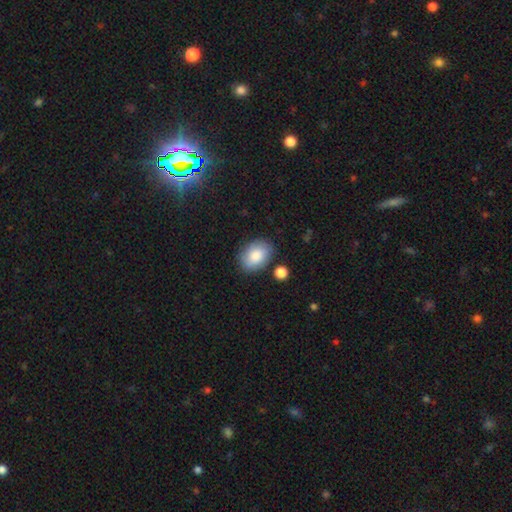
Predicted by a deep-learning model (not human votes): This appears to be a smooth galaxy with no disk features (83%) that is in between round and cigar-shaped (79%). Merging: none (79%).